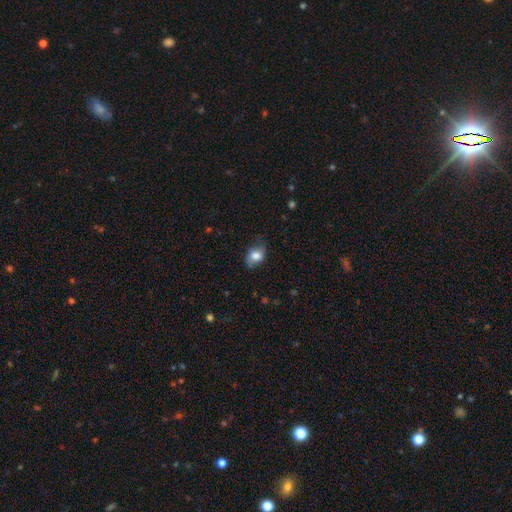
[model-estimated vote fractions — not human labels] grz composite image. It shows a smooth galaxy with no disk features (75%) that is in between round and cigar-shaped (68%). Merging: none (64%).